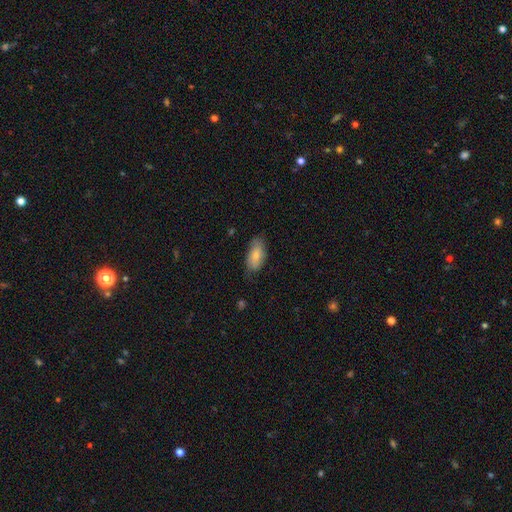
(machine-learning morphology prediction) Smooth or featured? Predicted: smooth (p=0.74). How rounded? Predicted: in between (p=0.90). Merging? Predicted: none (p=0.70).